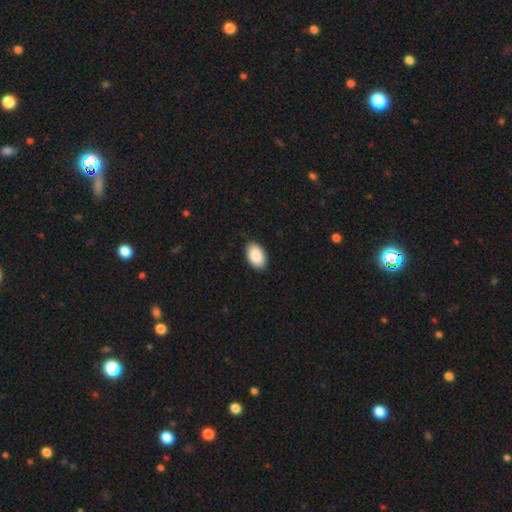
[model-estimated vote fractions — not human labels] A smooth galaxy with no disk features (90%) that is in between round and cigar-shaped (94%). Merging: none (88%).